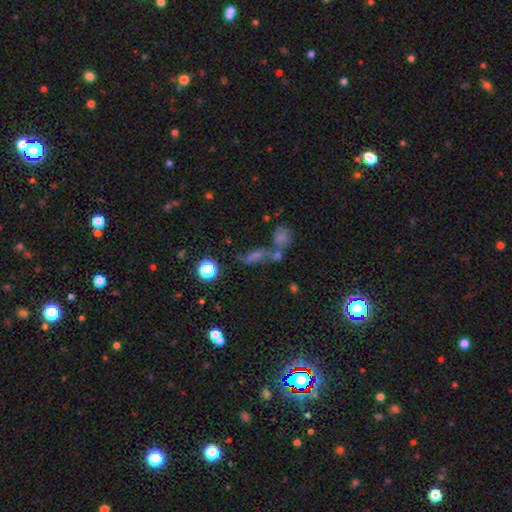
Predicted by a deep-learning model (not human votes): smooth_or_featured: star or artifact (p=0.38) [tied with: smooth p=0.38]